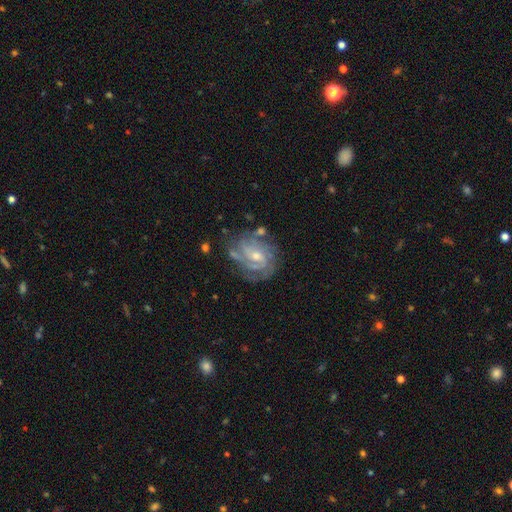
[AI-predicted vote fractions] Morphology: type=featured or disk (85%); edge-on=no (97%); bar=weak (45%, tied with no); spiral arms=yes (95%); winding=tight (62%); arm count=can't tell (29%); bulge=moderate (48%); merging=none (69%).